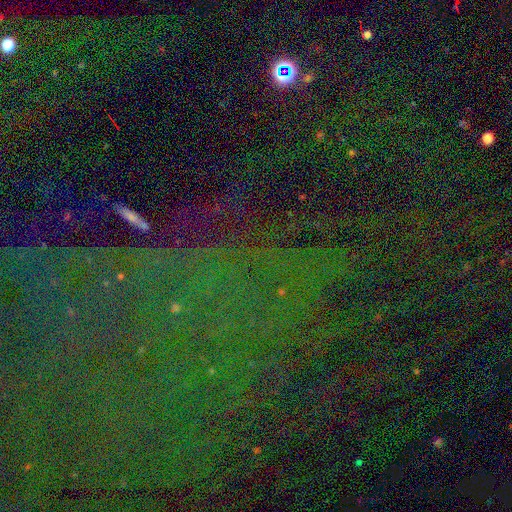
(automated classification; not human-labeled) Smooth or featured? star or artifact (84%)